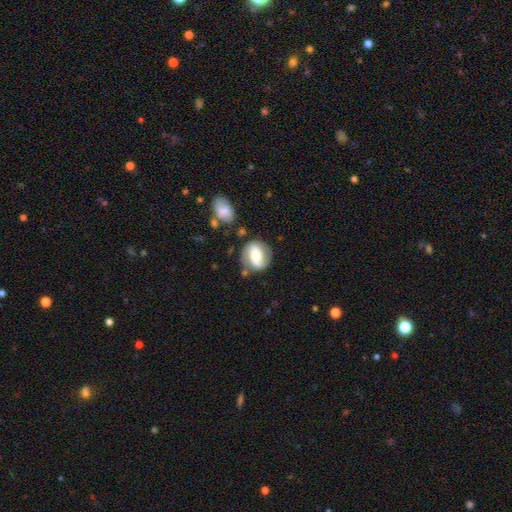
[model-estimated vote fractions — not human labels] Morphology: type=featured or disk (56%); edge-on=no (96%); bar=strong (37%); spiral arms=yes (73%); bulge=moderate (60%); merging=none (70%).